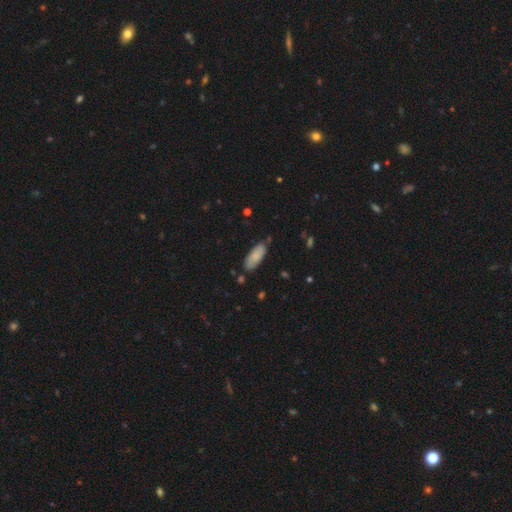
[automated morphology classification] A smooth galaxy with no disk features (84%) that is in between round and cigar-shaped (75%).

Vote fractions:
- Smooth or featured? smooth: 84% / featured or disk: 10% / star or artifact: 6%
- How rounded? in between: 75% / cigar-shaped: 23% / round: 2%
- Merging? none: 79% / minor disturbance: 16% / major disturbance: 3% / merger: 3%